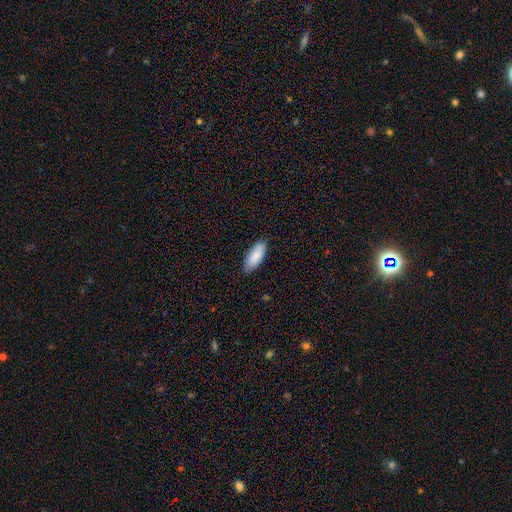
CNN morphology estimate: Smooth or featured? Predicted: smooth (p=0.86). How rounded? Predicted: in between (p=0.82). Merging? Predicted: none (p=0.84).